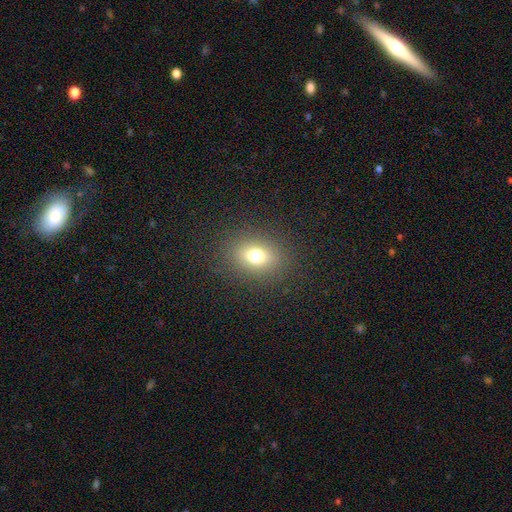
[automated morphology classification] A smooth galaxy with no disk features (72%) that is round (51%).

Vote fractions:
- Smooth or featured? smooth: 72% / star or artifact: 17% / featured or disk: 11%
- How rounded? round: 51% / in between: 47% / cigar-shaped: 1%
- Merging? none: 87% / minor disturbance: 8% / major disturbance: 4% / merger: 1%